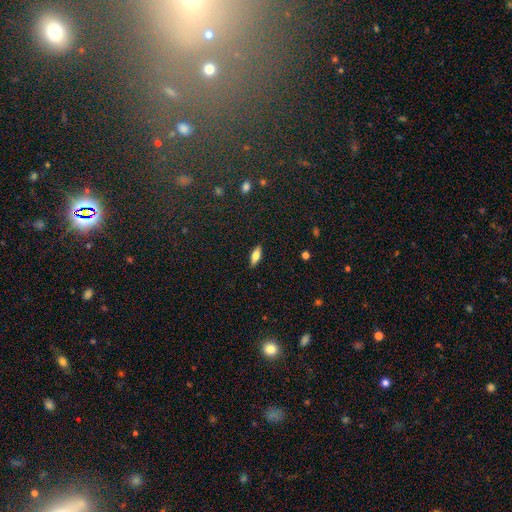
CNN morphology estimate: Smooth or featured? smooth (69%)
How rounded? in between (71%)
Merging? none (88%)